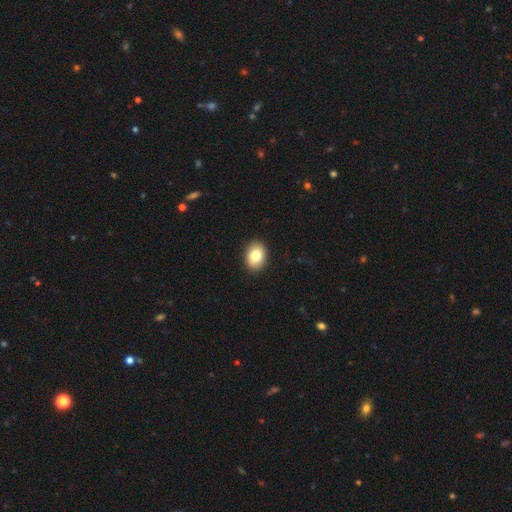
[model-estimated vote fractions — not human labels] This is clearly a smooth galaxy (81%). How rounded: likely in between (70%). Merging: clearly none (90%).